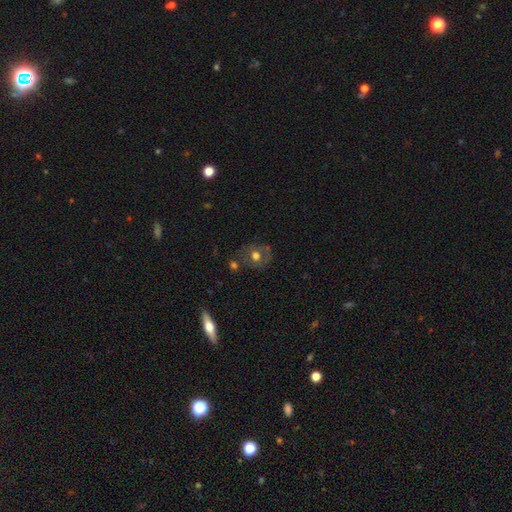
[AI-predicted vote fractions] Morphology: type=smooth (53%); roundness=round (76%); merging=none (64%).